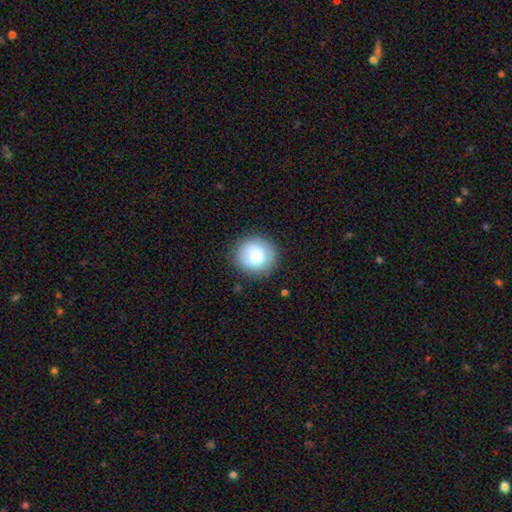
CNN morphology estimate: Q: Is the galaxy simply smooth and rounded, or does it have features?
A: smooth — 78%.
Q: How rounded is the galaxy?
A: round — 93%.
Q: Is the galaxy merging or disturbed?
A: none — 86%.